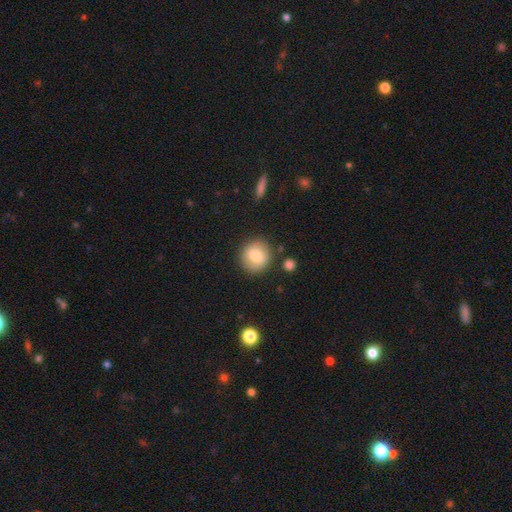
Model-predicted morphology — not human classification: A smooth galaxy with no disk features (79%) that is round (86%).

Vote fractions:
- Smooth or featured? smooth: 79% / featured or disk: 13% / star or artifact: 8%
- How rounded? round: 86% / in between: 13% / cigar-shaped: 1%
- Merging? none: 85% / minor disturbance: 9% / merger: 3% / major disturbance: 3%